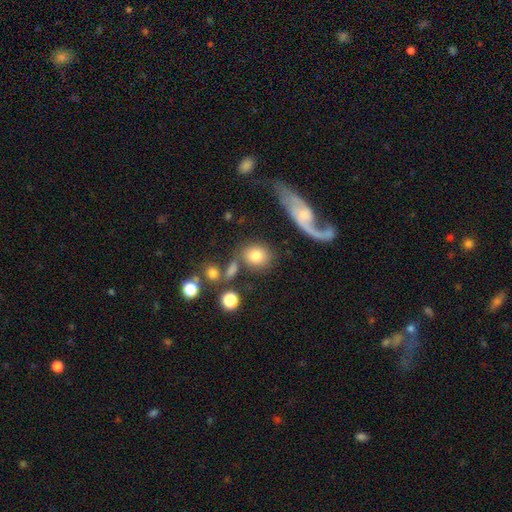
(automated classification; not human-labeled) This is likely a smooth galaxy (78%). How rounded: likely round (66%). Merging: likely none (68%).